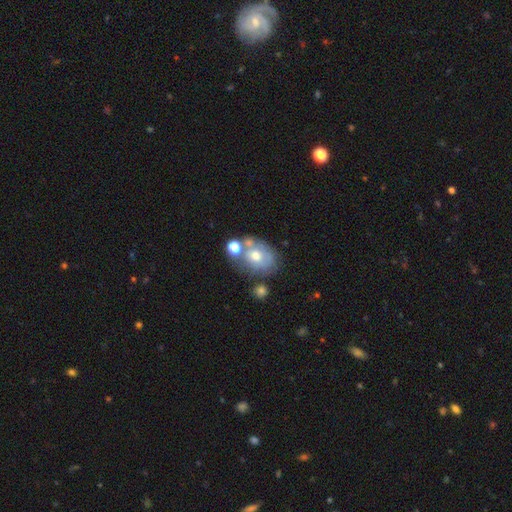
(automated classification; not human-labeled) This is possibly a smooth galaxy (49%). Merging: marginally none (43%).